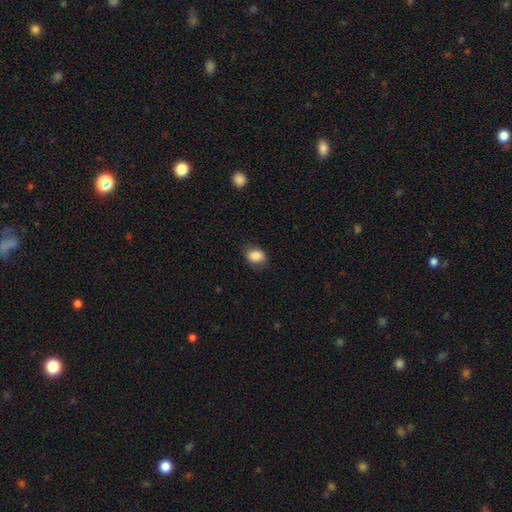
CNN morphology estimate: smooth 86%, star or artifact 8%, featured or disk 6%. Down the decision tree: how rounded — in between (66%); merging — none (76%).